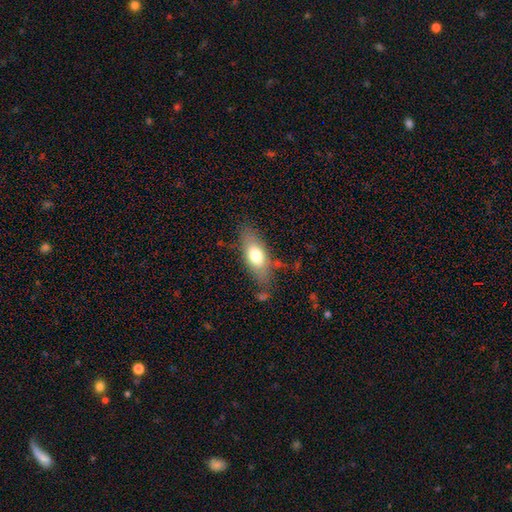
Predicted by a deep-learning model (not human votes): Smooth or featured? smooth (70%)
How rounded? in between (78%)
Merging? none (72%)